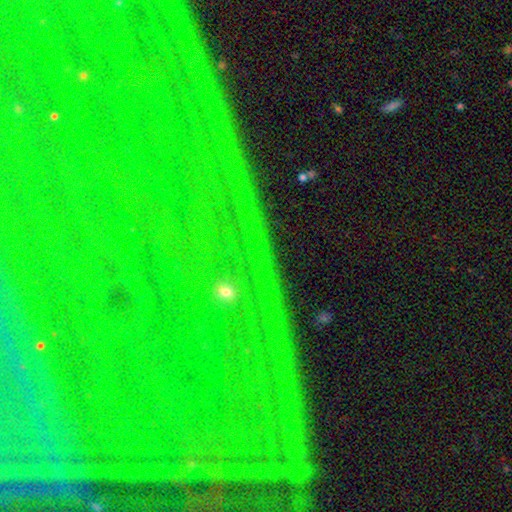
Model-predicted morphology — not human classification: smooth_or_featured: star or artifact (p=0.85) [alt: featured or disk p=0.08]